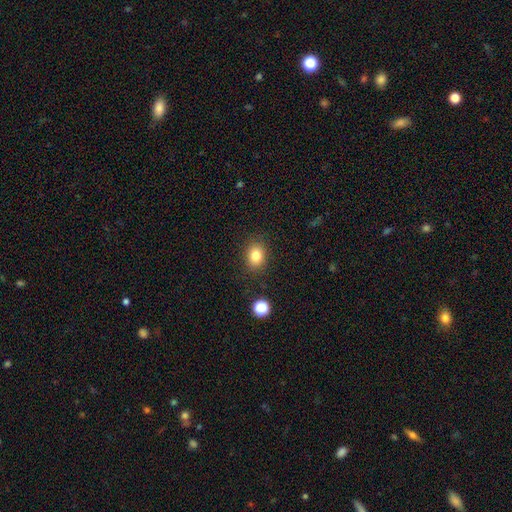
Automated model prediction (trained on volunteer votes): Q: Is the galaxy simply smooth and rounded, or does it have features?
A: smooth — 82%.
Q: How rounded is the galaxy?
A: round — 50%.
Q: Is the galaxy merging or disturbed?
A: none — 87%.